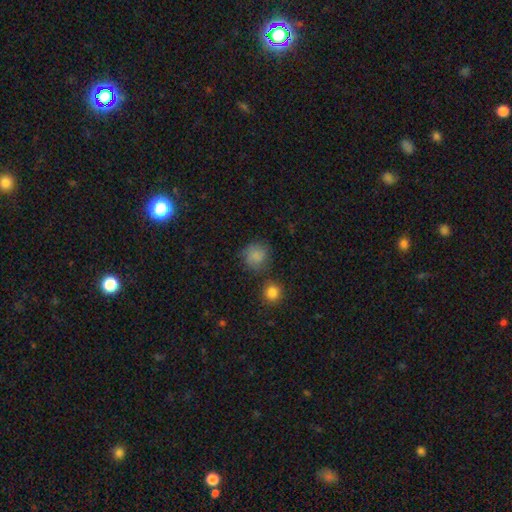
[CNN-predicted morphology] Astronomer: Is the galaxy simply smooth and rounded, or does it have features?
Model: smooth — 79%.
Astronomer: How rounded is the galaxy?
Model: round — 87%.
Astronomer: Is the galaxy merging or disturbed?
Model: none — 69%.